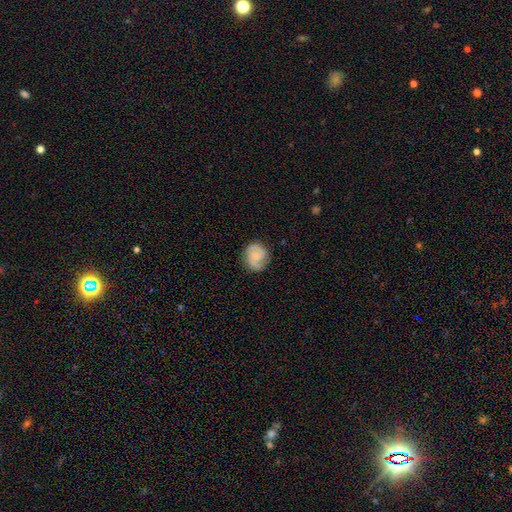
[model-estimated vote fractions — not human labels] A smooth galaxy with no disk features (47%). Merging: none (75%).